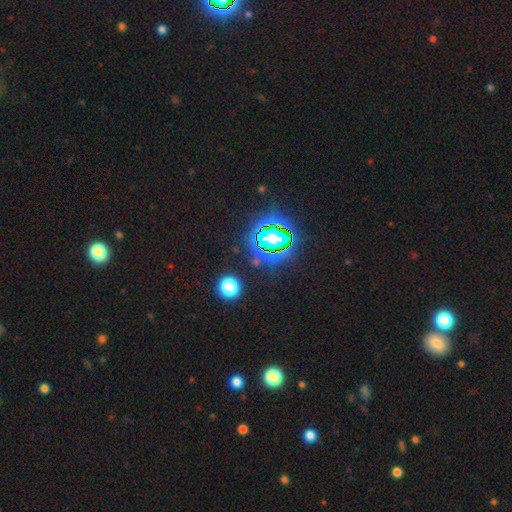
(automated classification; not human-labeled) Smooth or featured?
  - star or artifact: 77% *
  - smooth: 15%
  - featured or disk: 7%